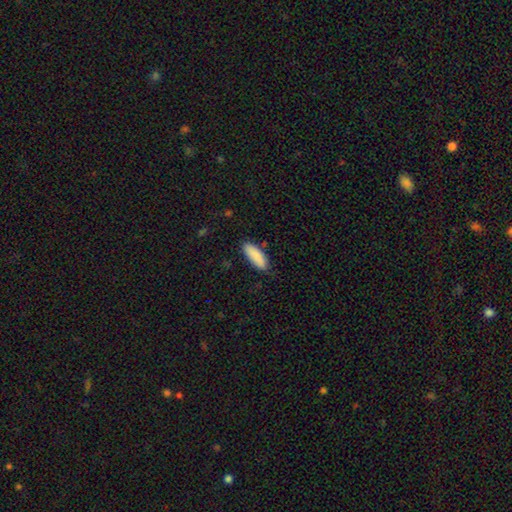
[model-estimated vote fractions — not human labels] Smooth or featured?
  - smooth: 88% *
  - featured or disk: 6%
  - star or artifact: 6%
How rounded?
  - in between: 65% *
  - cigar-shaped: 33%
  - round: 2%
Merging?
  - none: 84% *
  - minor disturbance: 12%
  - major disturbance: 2%
  - merger: 2%